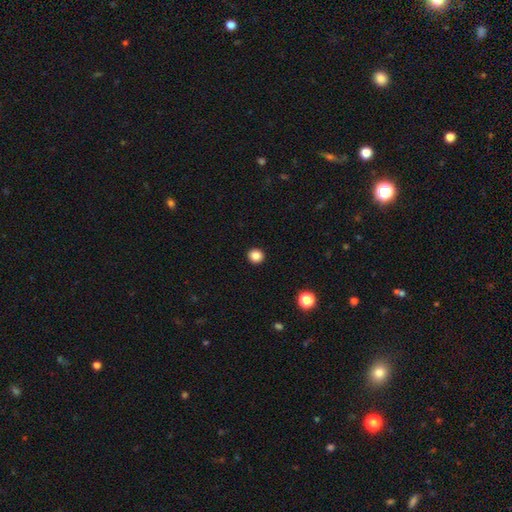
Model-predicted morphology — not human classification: Smooth or featured? smooth (85%)
How rounded? round (93%)
Merging? none (94%)